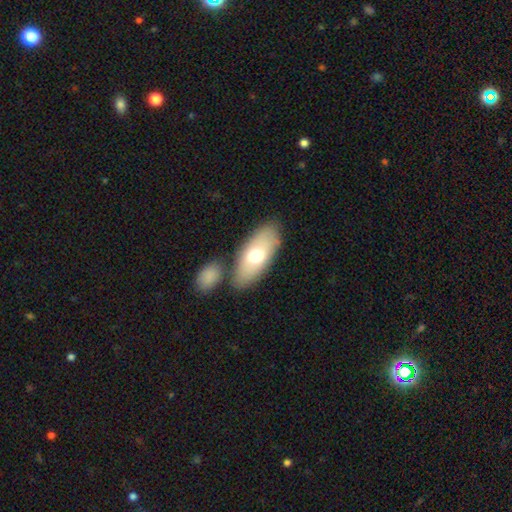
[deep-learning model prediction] Morphology: type=smooth (67%); roundness=in between (87%); merging=none (72%).